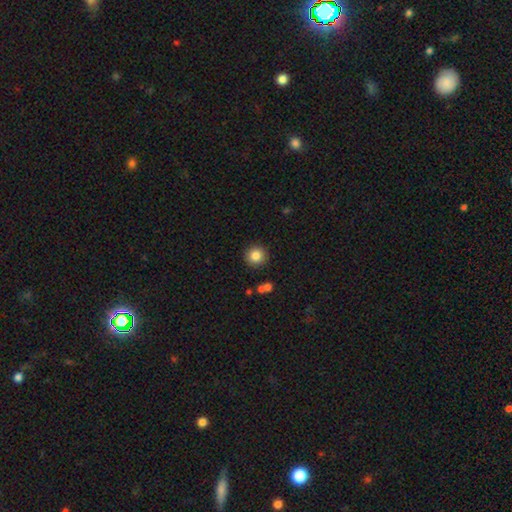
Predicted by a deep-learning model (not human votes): A smooth galaxy with no disk features (84%) that is round (94%).

Vote fractions:
- Smooth or featured? smooth: 84% / star or artifact: 10% / featured or disk: 6%
- How rounded? round: 94% / in between: 5% / cigar-shaped: 1%
- Merging? none: 89% / minor disturbance: 7% / merger: 3% / major disturbance: 2%